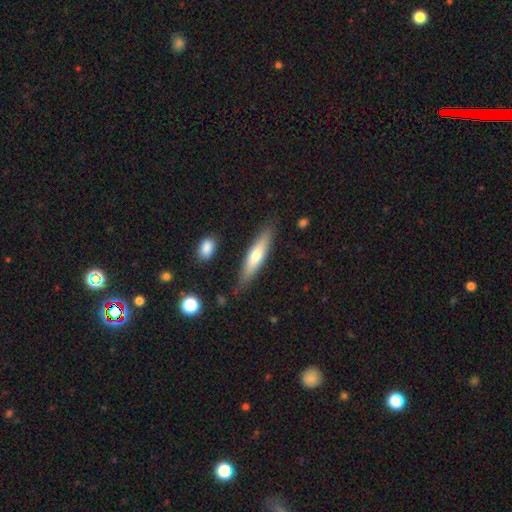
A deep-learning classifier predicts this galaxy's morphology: Smooth or featured: smooth — 59% (featured or disk — 35%)
How rounded: cigar-shaped — 82% (in between — 16%)
Merging: none — 83% (minor disturbance — 12%)